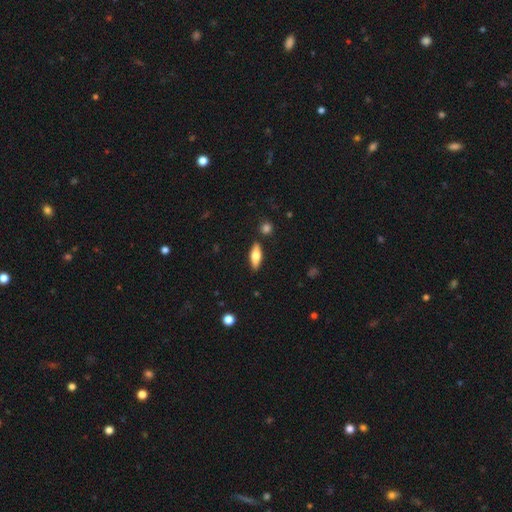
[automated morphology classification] smooth 61%, featured or disk 33%, star or artifact 6%. Down the decision tree: how rounded — in between (56%); merging — none (86%).